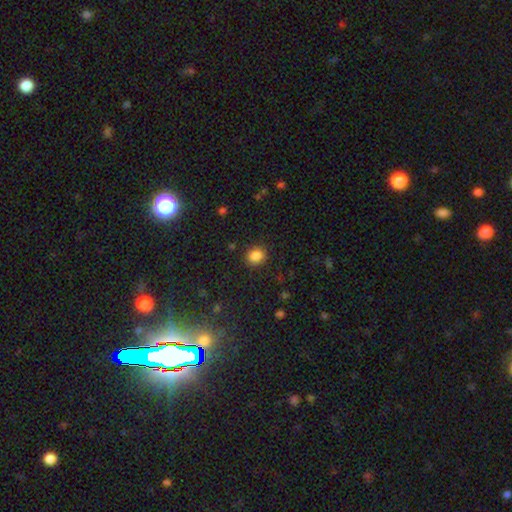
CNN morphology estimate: The model was most divided on "how rounded": round: 70%, in between: 29%, cigar-shaped: 1%. More confident: merging — none (88%); smooth or featured — smooth (86%).